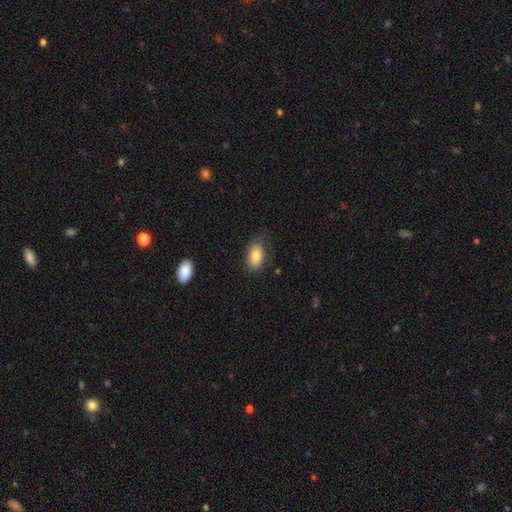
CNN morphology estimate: The model was most divided on "merging": none: 68%, minor disturbance: 23%, major disturbance: 7%, merger: 2%. More confident: how rounded — in between (91%); smooth or featured — smooth (83%).